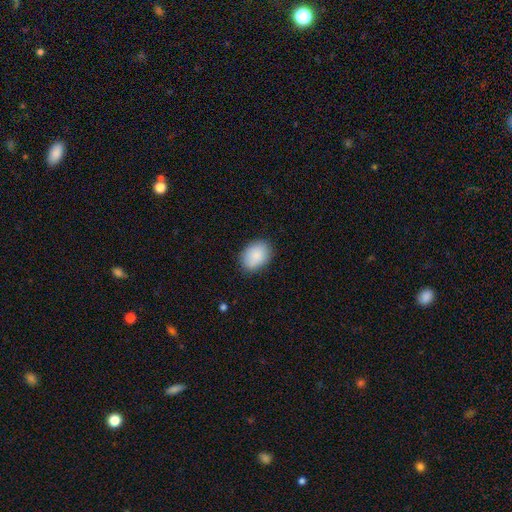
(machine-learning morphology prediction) This is clearly a smooth galaxy (88%). How rounded: likely in between (75%). Merging: clearly none (83%).